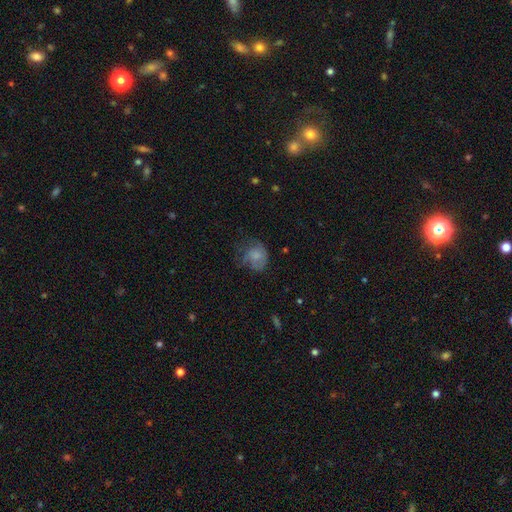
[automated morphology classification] The model was most divided on "merging": none: 41%, minor disturbance: 30%, major disturbance: 28%, merger: 2%. More confident: how rounded — round (66%); smooth or featured — smooth (64%).